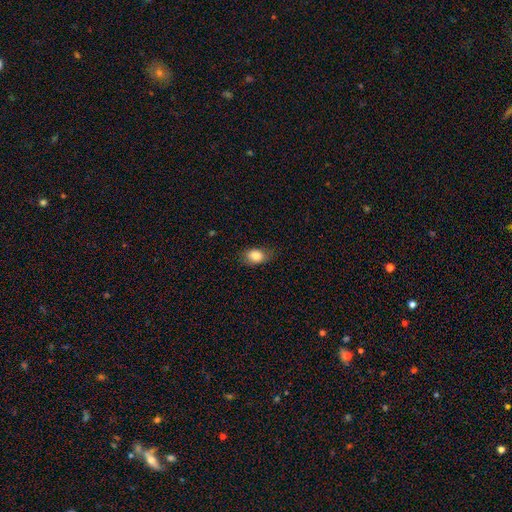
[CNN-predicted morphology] This appears to be a smooth galaxy with no disk features (85%) that is in between round and cigar-shaped (75%). Merging: none (74%).